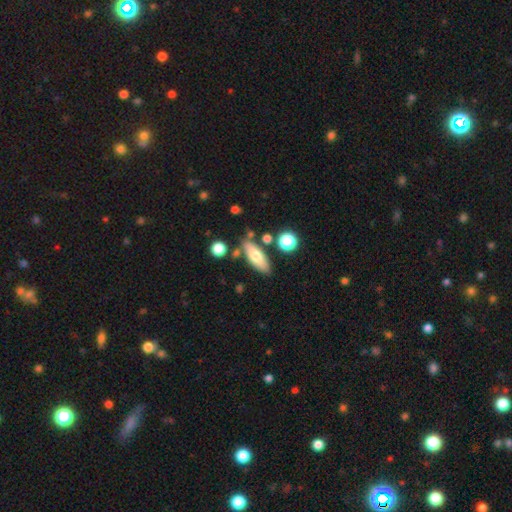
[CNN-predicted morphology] Smooth or featured?
  - smooth: 67% *
  - featured or disk: 25%
  - star or artifact: 8%
How rounded?
  - in between: 62% *
  - cigar-shaped: 34%
  - round: 4%
Merging?
  - none: 77% *
  - minor disturbance: 13%
  - merger: 7%
  - major disturbance: 3%